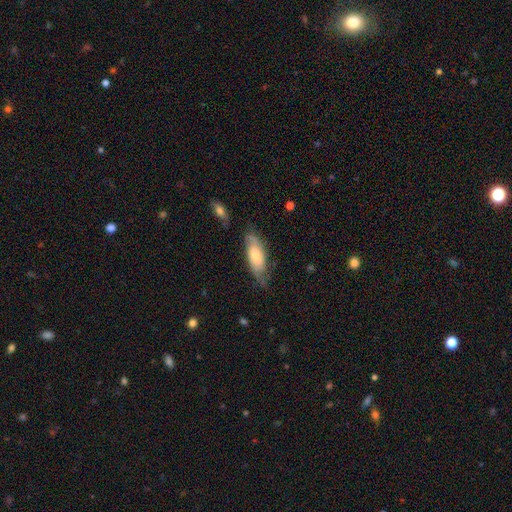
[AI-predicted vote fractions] The model was most divided on "smooth or featured": smooth: 51%, featured or disk: 43%, star or artifact: 6%. More confident: how rounded — in between (73%); merging — none (57%).